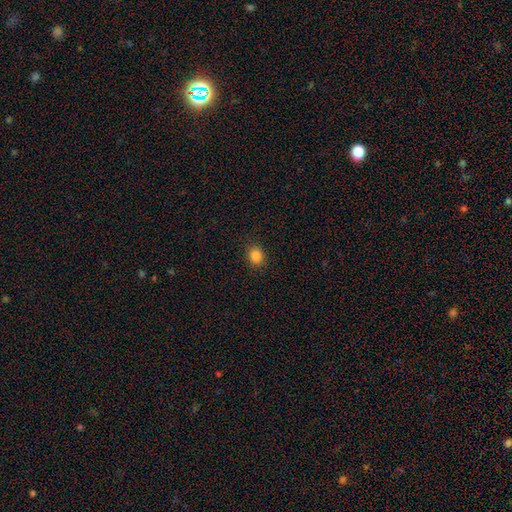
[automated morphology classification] Smooth or featured: smooth — 85% (star or artifact — 11%)
How rounded: round — 65% (in between — 34%)
Merging: none — 89% (minor disturbance — 7%)